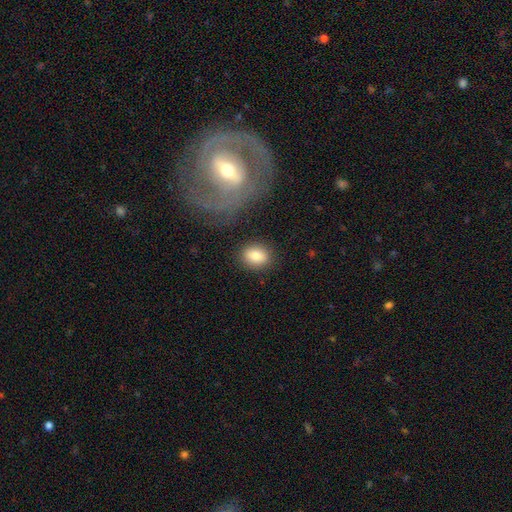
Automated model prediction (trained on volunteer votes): Q: Smooth or featured?
A: smooth (83%); runner-up: featured or disk (9%)
Q: How rounded?
A: in between (50%); runner-up: round (49%)
Q: Merging?
A: none (84%); runner-up: minor disturbance (10%)